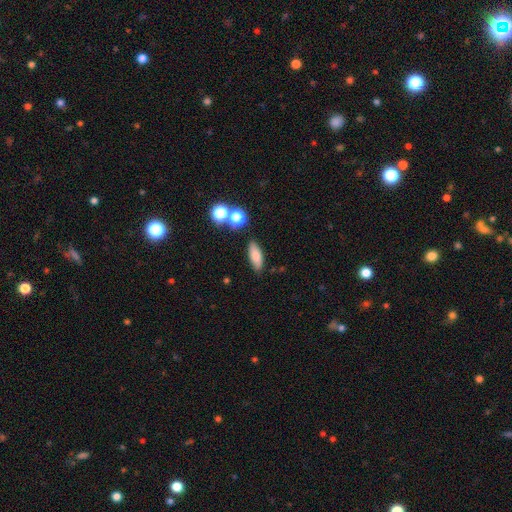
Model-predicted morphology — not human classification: Smooth or featured?
  - smooth: 79% *
  - featured or disk: 11%
  - star or artifact: 10%
How rounded?
  - in between: 70% *
  - cigar-shaped: 26%
  - round: 4%
Merging?
  - none: 81% *
  - minor disturbance: 12%
  - merger: 4%
  - major disturbance: 3%